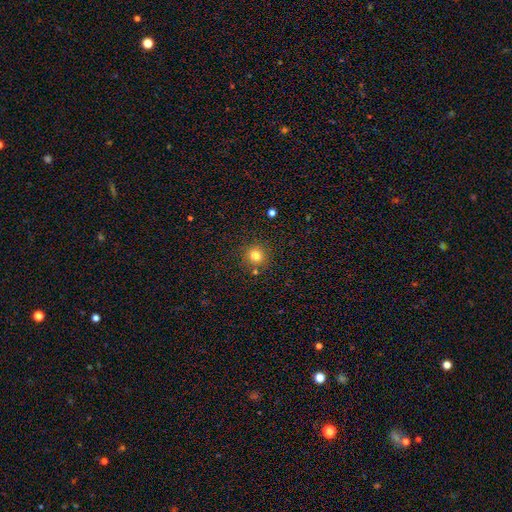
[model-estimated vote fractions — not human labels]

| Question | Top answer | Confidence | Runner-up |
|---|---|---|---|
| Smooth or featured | smooth | 79% | star or artifact (14%) |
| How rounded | round | 92% | in between (7%) |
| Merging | none | 85% | minor disturbance (8%) |